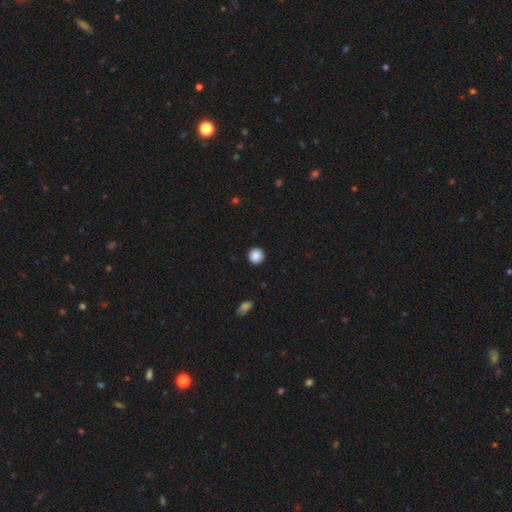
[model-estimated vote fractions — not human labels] Morphology: type=smooth (88%); roundness=round (93%); merging=none (92%).